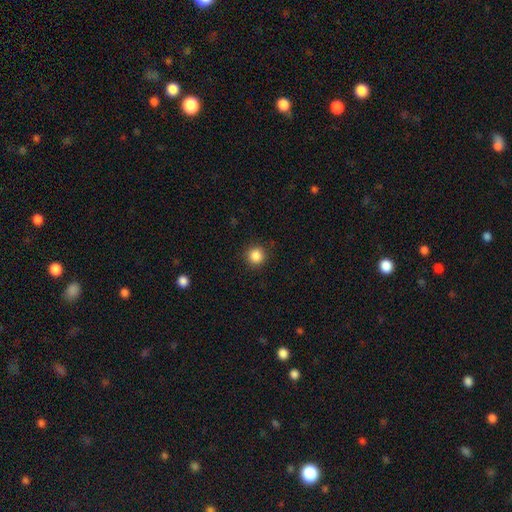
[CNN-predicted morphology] A smooth galaxy with no disk features (86%) that is round (94%). Merging: none (89%).